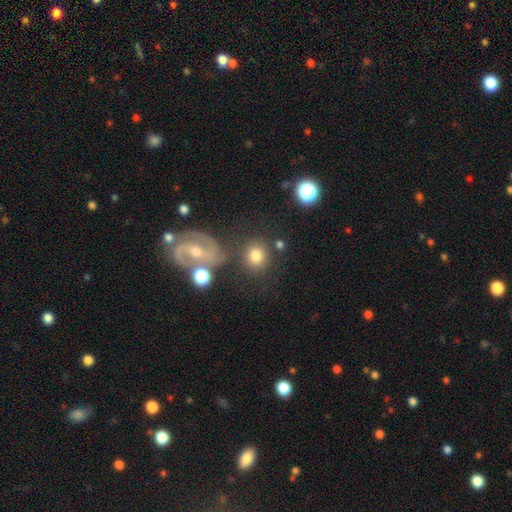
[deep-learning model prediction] Smooth or featured? Predicted: smooth (p=0.73). How rounded? Predicted: round (p=0.81). Merging? Predicted: none (p=0.69).